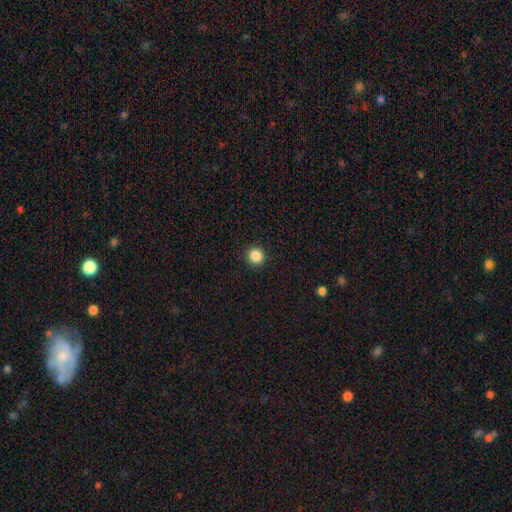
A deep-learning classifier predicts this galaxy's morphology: A smooth galaxy with no disk features (87%) that is round (93%).

Vote fractions:
- Smooth or featured? smooth: 87% / star or artifact: 10% / featured or disk: 3%
- How rounded? round: 93% / in between: 6% / cigar-shaped: 1%
- Merging? none: 92% / minor disturbance: 5% / major disturbance: 2% / merger: 1%